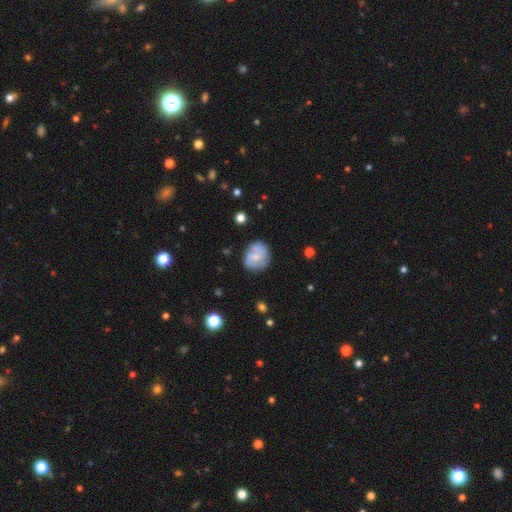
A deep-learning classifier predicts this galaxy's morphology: The model was most divided on "smooth or featured": smooth: 52%, featured or disk: 40%, star or artifact: 8%. More confident: how rounded — round (67%); merging — none (61%).